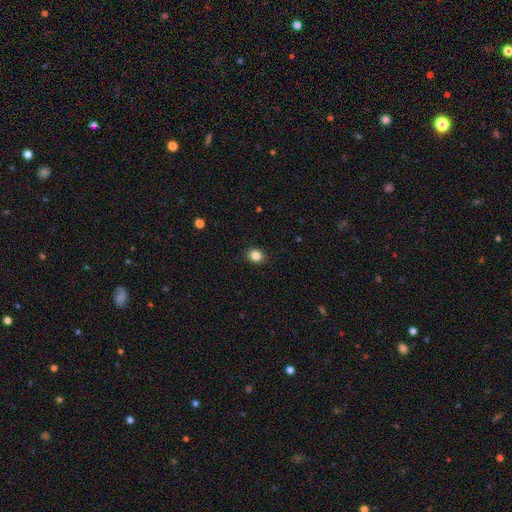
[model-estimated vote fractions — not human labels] Smooth or featured?
  - smooth: 85% *
  - star or artifact: 10%
  - featured or disk: 5%
How rounded?
  - round: 57% *
  - in between: 42%
  - cigar-shaped: 1%
Merging?
  - none: 90% *
  - minor disturbance: 7%
  - major disturbance: 2%
  - merger: 1%